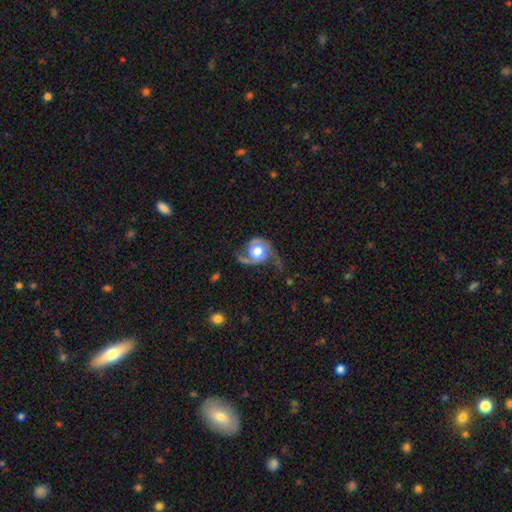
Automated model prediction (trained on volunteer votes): Smooth or featured: featured or disk — 77% (smooth — 16%)
Edge-on disk: no — 97% (yes — 3%)
Bar: no — 76% (weak — 19%)
Spiral arms: yes — 93% (no — 7%)
Spiral winding: loose — 45% (medium — 41%)
Spiral arm count: 2 — 84% (1 — 9%)
Bulge size: moderate — 50% (large — 39%)
Merging: none — 52% (major disturbance — 24%)